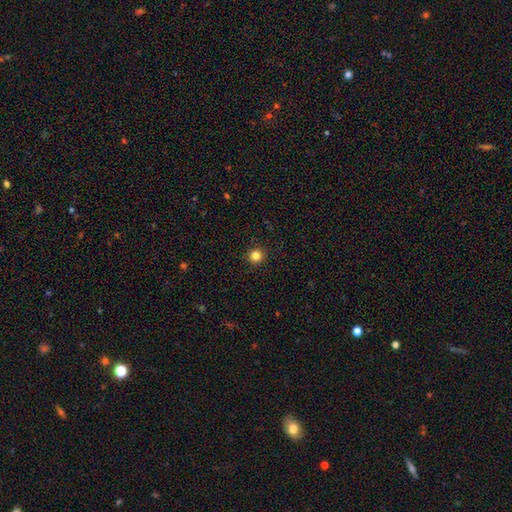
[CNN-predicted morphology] This is clearly a smooth galaxy (83%). How rounded: clearly round (95%). Merging: clearly none (93%).